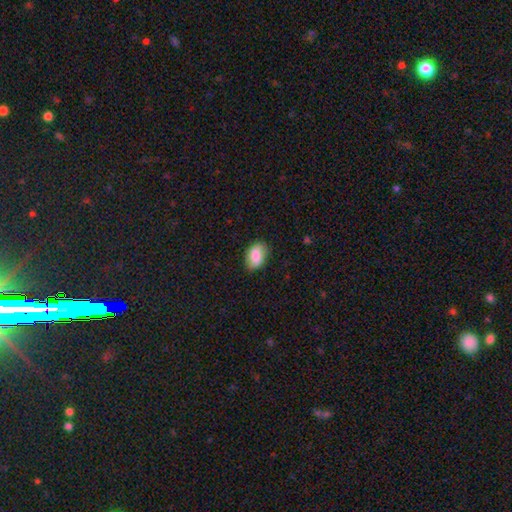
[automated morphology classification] smooth_or_featured: smooth (p=0.79) [alt: featured or disk p=0.14]
how_rounded: in between (p=0.88) [alt: round p=0.11]
merging: none (p=0.82) [alt: minor disturbance p=0.14]